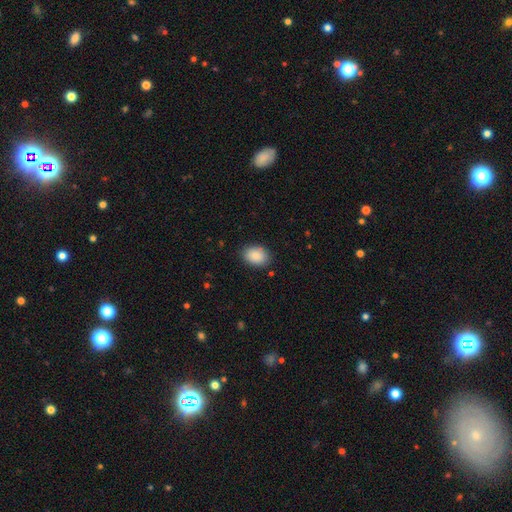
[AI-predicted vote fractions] This is clearly a smooth galaxy (89%). How rounded: clearly in between (80%). Merging: clearly none (86%).